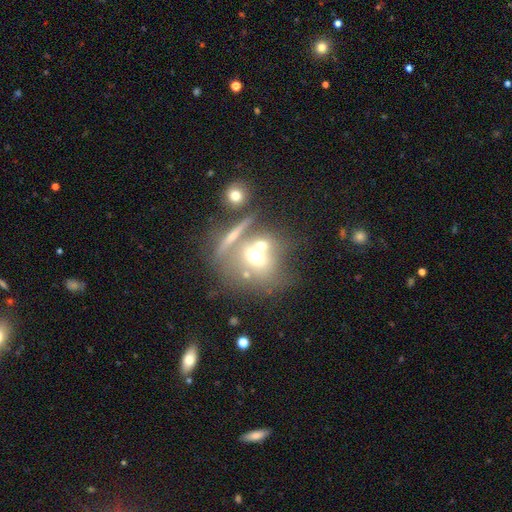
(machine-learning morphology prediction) Smooth or featured: smooth — 53% (featured or disk — 33%)
How rounded: round — 69% (in between — 28%)
Merging: merger — 42% (none — 37%)